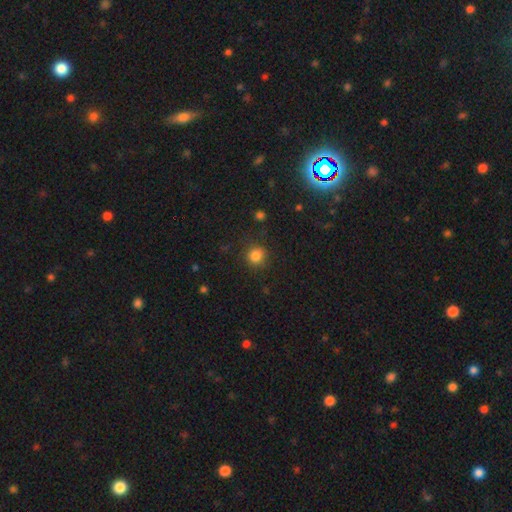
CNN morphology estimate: The model was most divided on "smooth or featured": smooth: 83%, star or artifact: 12%, featured or disk: 4%. More confident: how rounded — round (92%); merging — none (86%).